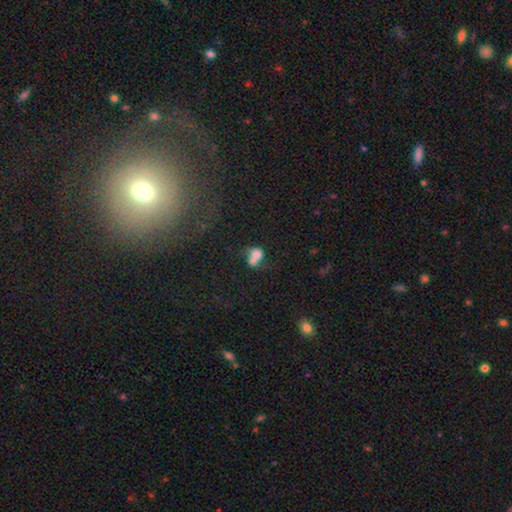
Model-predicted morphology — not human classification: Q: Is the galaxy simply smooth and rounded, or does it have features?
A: smooth — 68%.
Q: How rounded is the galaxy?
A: round — 54%.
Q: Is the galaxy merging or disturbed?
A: merger — 64%.